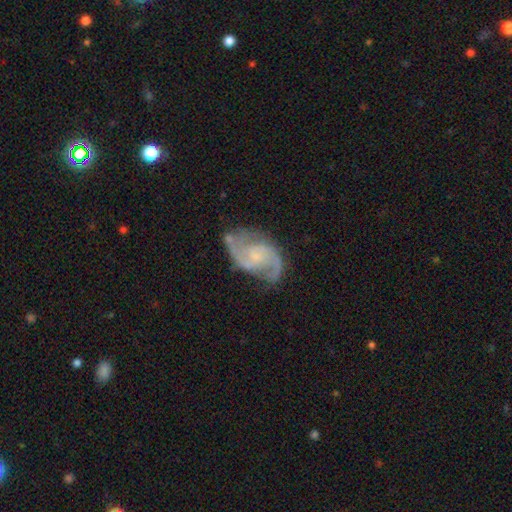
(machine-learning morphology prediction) type=featured or disk (89%); edge-on=no (98%); bar=no (55%); spiral arms=yes (97%); winding=medium (55%); arm count=2 (90%); bulge=small (52%); merging=none (72%).